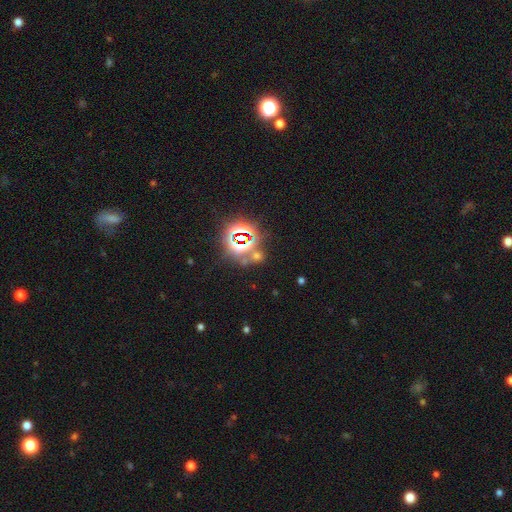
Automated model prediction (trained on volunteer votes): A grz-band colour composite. It shows a star or artifact, not a galaxy (70%).